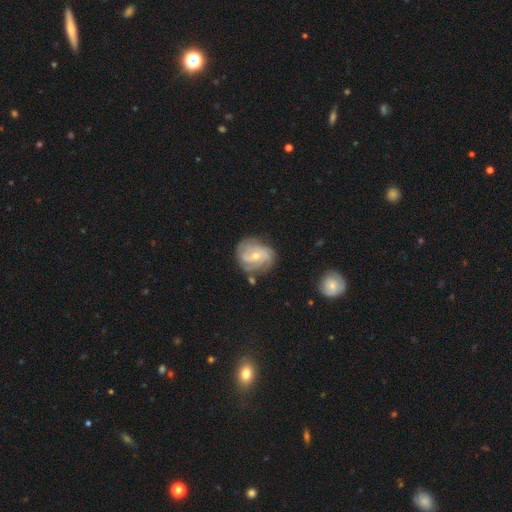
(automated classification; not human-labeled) Overall: featured or disk (83%). Edge-on disk: no (98%). Bar: no (45%; weak 44%). Spiral arms: yes (94%). Spiral arm count: 3 (30%; can't tell 25%). Spiral winding: tight (54%; medium 36%). Bulge size: small (52%; moderate 45%). Merging: none (67%).